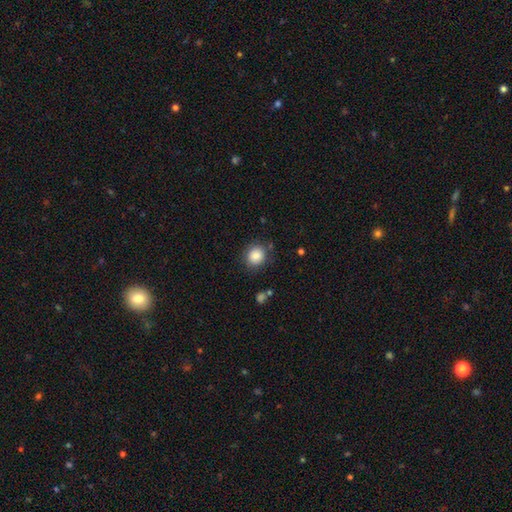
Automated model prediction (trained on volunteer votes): smooth_or_featured: smooth (p=0.84) [alt: star or artifact p=0.09]
how_rounded: round (p=0.83) [alt: in between p=0.16]
merging: none (p=0.82) [alt: minor disturbance p=0.12]